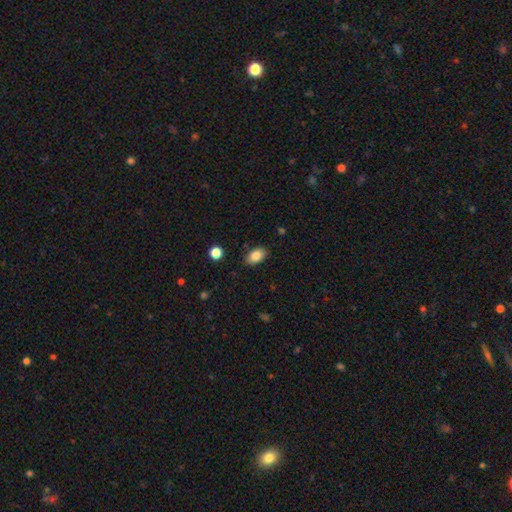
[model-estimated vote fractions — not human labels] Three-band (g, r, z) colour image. It shows a smooth galaxy with no disk features (86%) that is in between round and cigar-shaped (90%). Merging: none (84%).